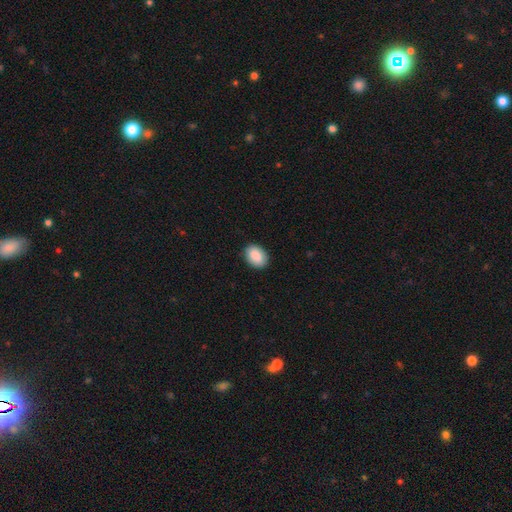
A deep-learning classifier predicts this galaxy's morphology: Smooth or featured? smooth (90%)
How rounded? in between (78%)
Merging? none (88%)